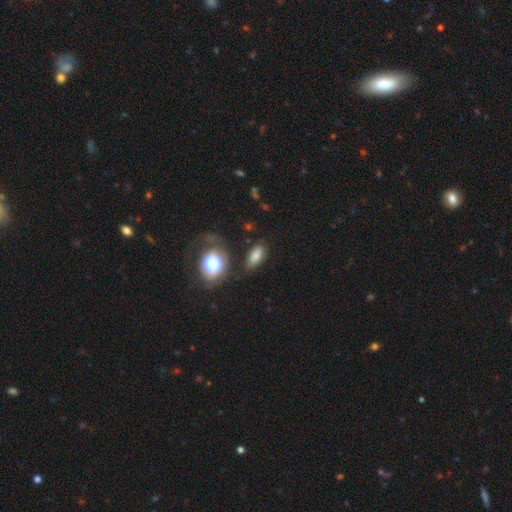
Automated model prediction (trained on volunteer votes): smooth-or-featured: smooth: 75% | star or artifact: 16% | featured or disk: 9%
  how-rounded: in between: 85% | round: 9% | cigar-shaped: 7%
  merging: none: 73% | minor disturbance: 17% | major disturbance: 6% | merger: 4%